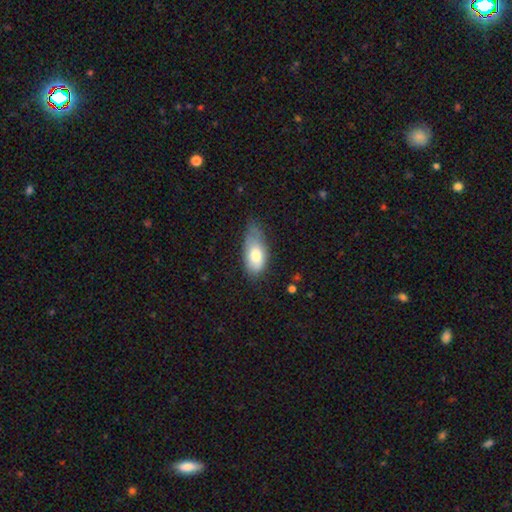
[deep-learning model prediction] Smooth or featured? smooth (74%)
How rounded? in between (90%)
Merging? minor disturbance (43%)